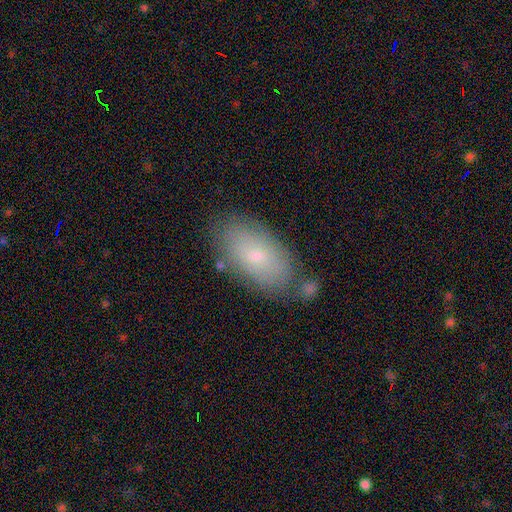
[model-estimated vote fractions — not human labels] Q: Smooth or featured?
A: smooth (72%); runner-up: featured or disk (21%)
Q: How rounded?
A: in between (94%); runner-up: round (4%)
Q: Merging?
A: none (72%); runner-up: minor disturbance (17%)